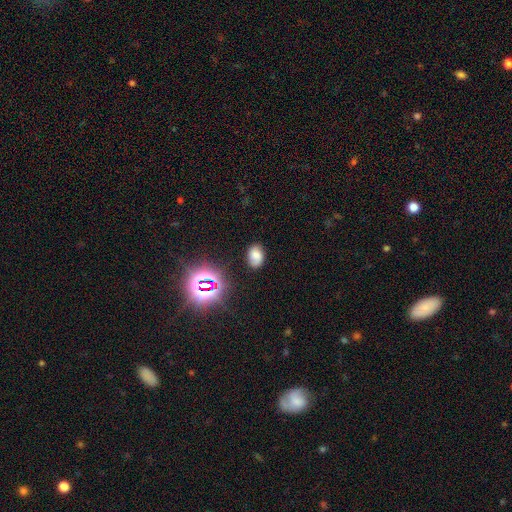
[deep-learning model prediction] Overall: smooth (65%). How rounded: in between (80%). Merging: none (75%).